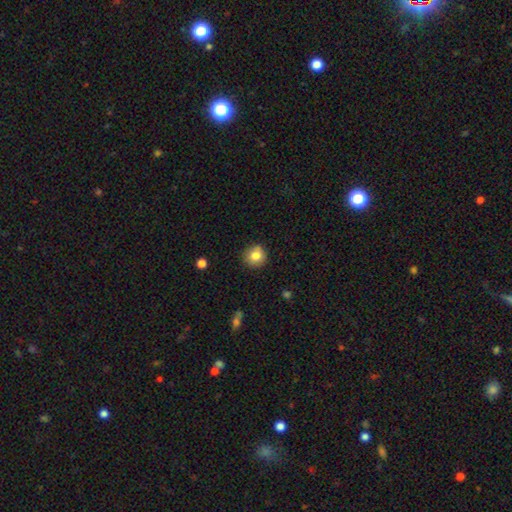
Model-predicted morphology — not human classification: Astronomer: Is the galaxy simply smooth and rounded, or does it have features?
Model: smooth — 82%.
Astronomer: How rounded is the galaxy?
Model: round — 91%.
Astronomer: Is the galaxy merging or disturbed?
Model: none — 86%.